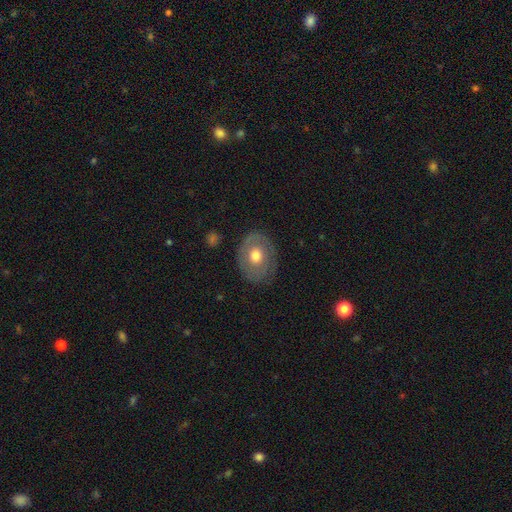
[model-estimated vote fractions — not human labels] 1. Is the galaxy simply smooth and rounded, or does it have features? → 51% smooth, 43% featured or disk, 7% star or artifact.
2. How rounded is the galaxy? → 56% in between, 44% round, 1% cigar-shaped.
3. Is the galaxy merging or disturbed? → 78% none, 15% minor disturbance, 6% major disturbance, 1% merger.